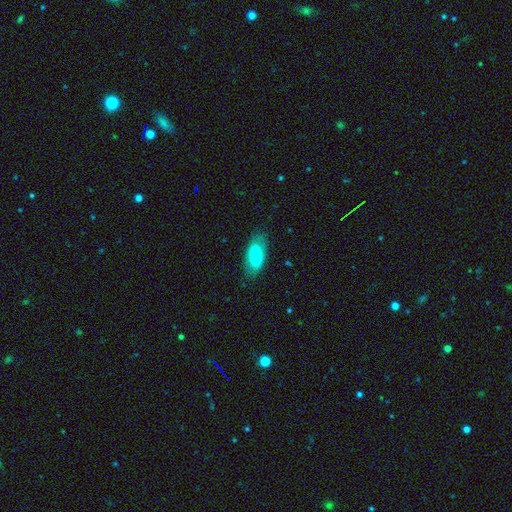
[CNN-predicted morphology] Smooth or featured? smooth (83%)
How rounded? in between (82%)
Merging? none (75%)